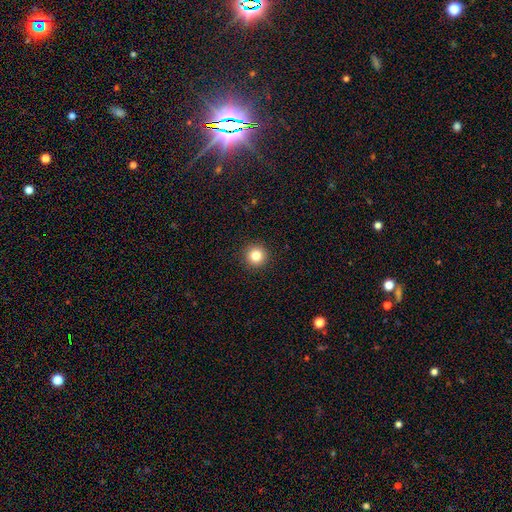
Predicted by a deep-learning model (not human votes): This is clearly a smooth galaxy (83%). How rounded: clearly round (96%). Merging: clearly none (93%).